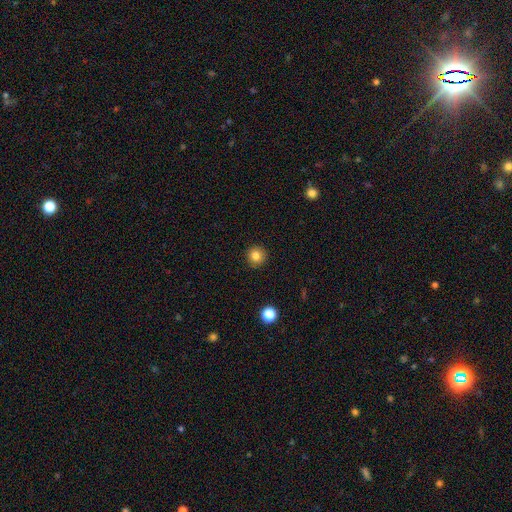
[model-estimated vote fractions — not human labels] Overall: smooth (82%). How rounded: round (95%). Merging: none (92%).